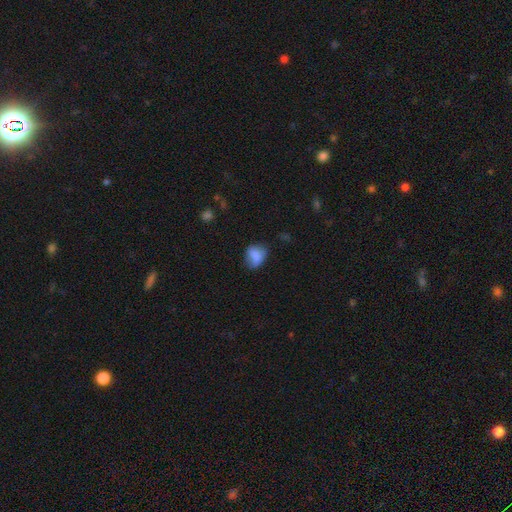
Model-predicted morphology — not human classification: smooth-or-featured: smooth: 78% | featured or disk: 12% | star or artifact: 10%
  how-rounded: in between: 56% | round: 42% | cigar-shaped: 1%
  merging: none: 50% | minor disturbance: 34% | major disturbance: 13% | merger: 3%